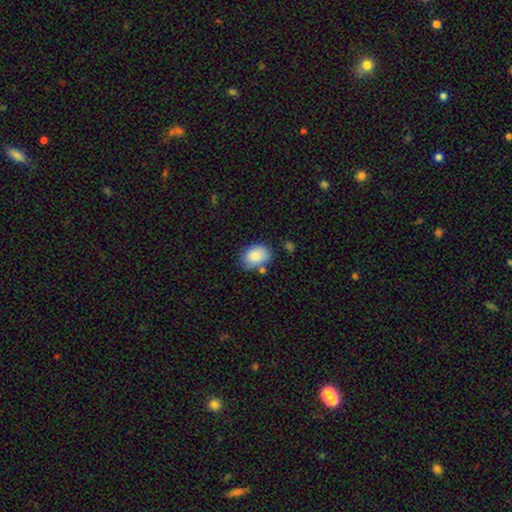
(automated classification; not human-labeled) Q: Smooth or featured?
A: smooth (87%); runner-up: star or artifact (7%)
Q: How rounded?
A: in between (77%); runner-up: round (22%)
Q: Merging?
A: none (68%); runner-up: minor disturbance (19%)